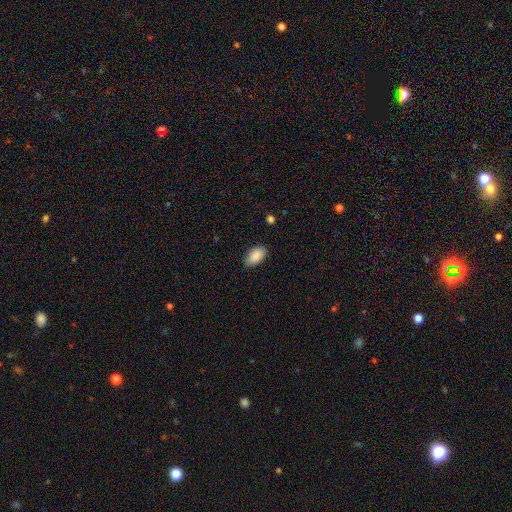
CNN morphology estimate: A smooth galaxy with no disk features (88%) that is in between round and cigar-shaped (94%). Merging: none (86%).